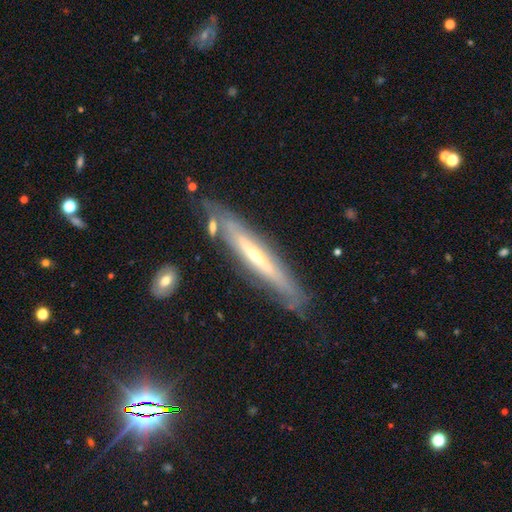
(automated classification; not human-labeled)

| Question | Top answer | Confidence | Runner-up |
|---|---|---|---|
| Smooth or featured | featured or disk | 73% | smooth (20%) |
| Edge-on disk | yes | 80% | no (20%) |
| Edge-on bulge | rounded | 56% | none (38%) |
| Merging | none | 74% | minor disturbance (17%) |